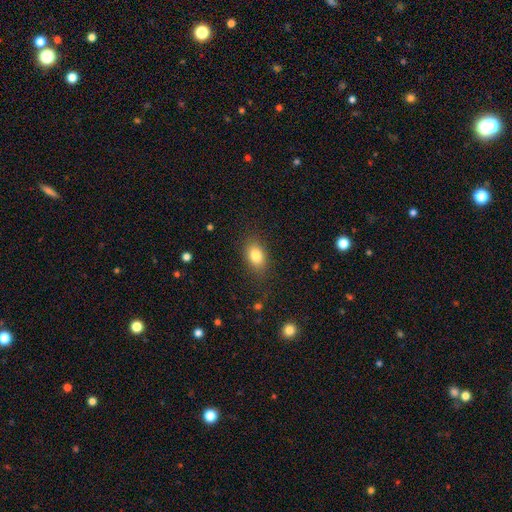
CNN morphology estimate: A smooth galaxy with no disk features (83%) that is in between round and cigar-shaped (81%).

Vote fractions:
- Smooth or featured? smooth: 83% / star or artifact: 9% / featured or disk: 8%
- How rounded? in between: 81% / round: 17% / cigar-shaped: 2%
- Merging? none: 82% / minor disturbance: 13% / major disturbance: 4% / merger: 1%